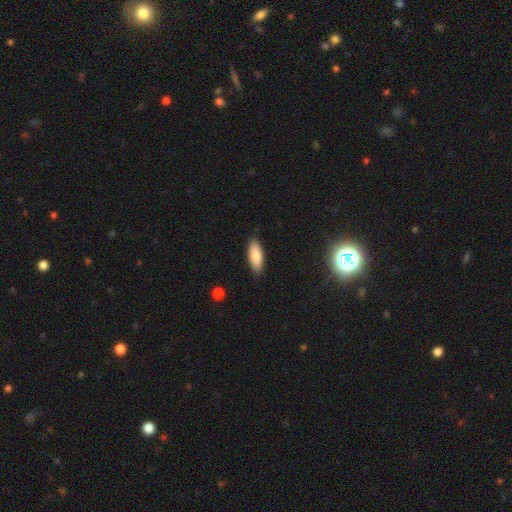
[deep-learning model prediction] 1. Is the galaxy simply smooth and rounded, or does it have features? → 85% smooth, 9% featured or disk, 6% star or artifact.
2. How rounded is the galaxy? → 72% in between, 26% cigar-shaped, 2% round.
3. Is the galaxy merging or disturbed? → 86% none, 10% minor disturbance, 2% major disturbance, 1% merger.